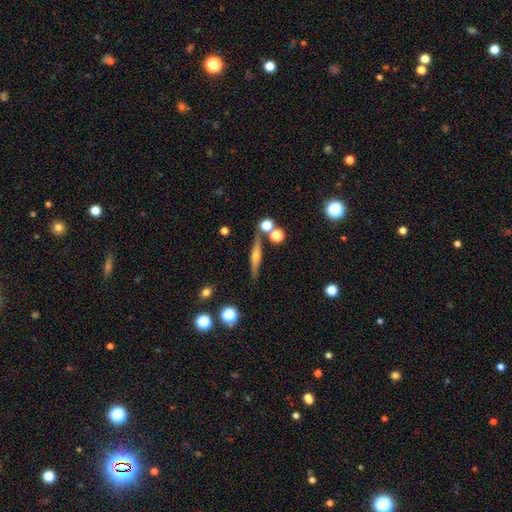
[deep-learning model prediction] Smooth or featured: featured or disk — 62% (smooth — 29%)
Edge-on disk: yes — 94% (no — 6%)
Edge-on bulge: rounded — 88% (none — 7%)
Merging: none — 78% (minor disturbance — 10%)